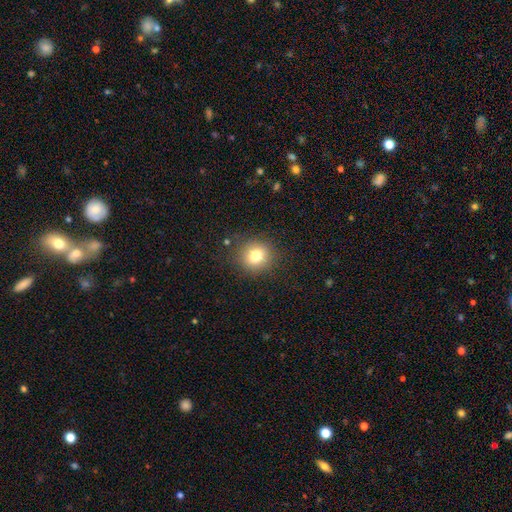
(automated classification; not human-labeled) Morphology: type=smooth (79%); roundness=round (87%); merging=none (85%).